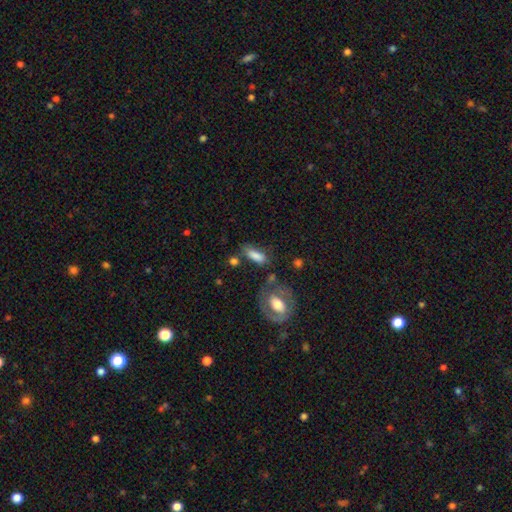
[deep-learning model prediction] The model was most divided on "merging": none: 59%, minor disturbance: 19%, merger: 12%, major disturbance: 9%. More confident: smooth or featured — smooth (78%); how rounded — in between (73%).